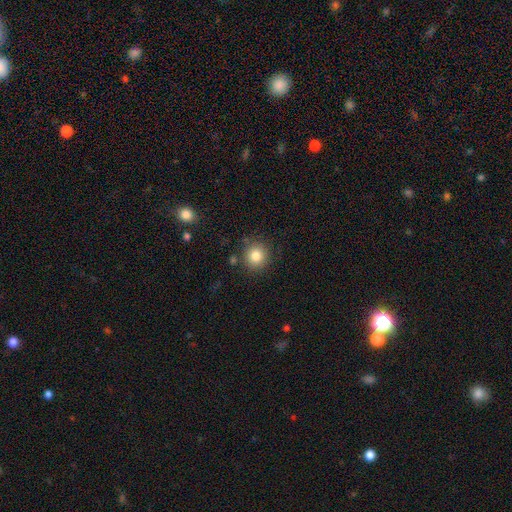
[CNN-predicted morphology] Smooth or featured? smooth (82%)
How rounded? round (91%)
Merging? none (86%)